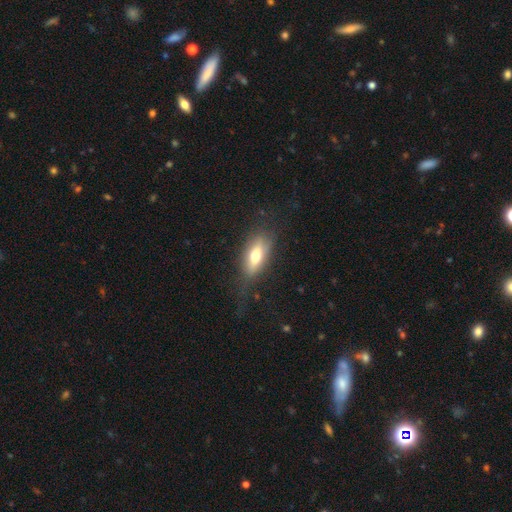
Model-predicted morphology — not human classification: Smooth or featured? Predicted: smooth (p=0.58). How rounded? Predicted: in between (p=0.74). Merging? Predicted: none (p=0.67).